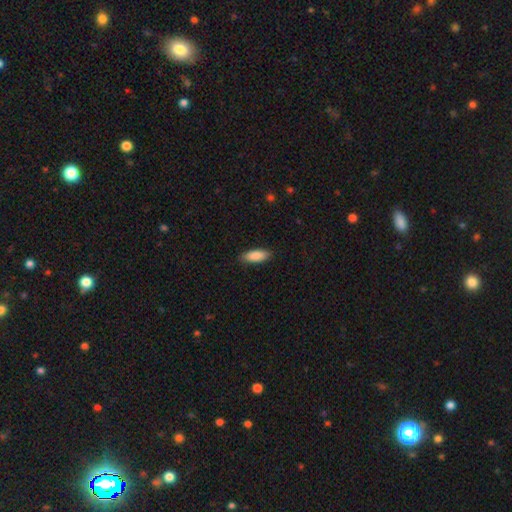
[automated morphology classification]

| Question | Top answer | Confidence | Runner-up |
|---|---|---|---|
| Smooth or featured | smooth | 89% | star or artifact (6%) |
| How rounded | in between | 72% | cigar-shaped (26%) |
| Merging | none | 87% | minor disturbance (10%) |